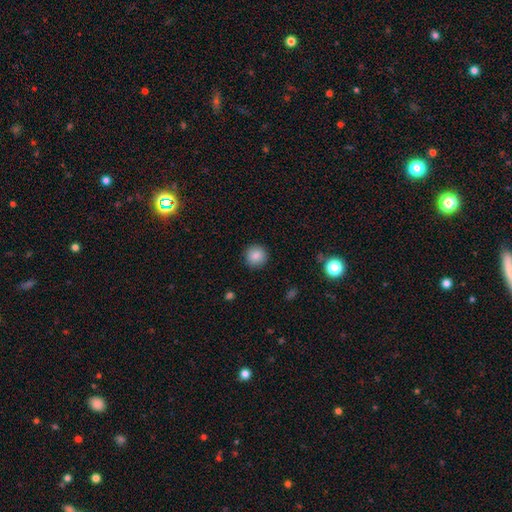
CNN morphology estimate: Smooth or featured? smooth (86%)
How rounded? round (94%)
Merging? none (91%)